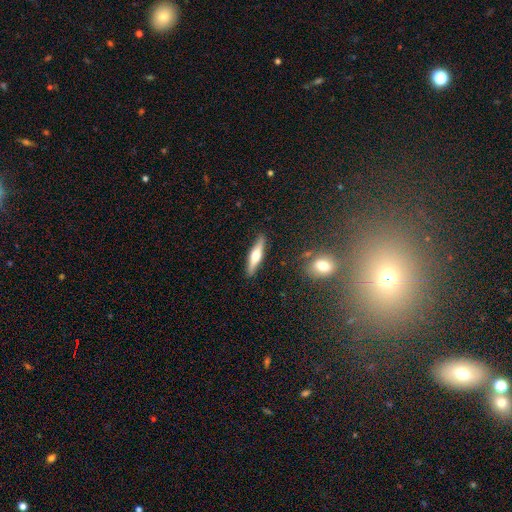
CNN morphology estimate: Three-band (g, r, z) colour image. It shows a featured or disk galaxy (50%). Merging: none (88%).